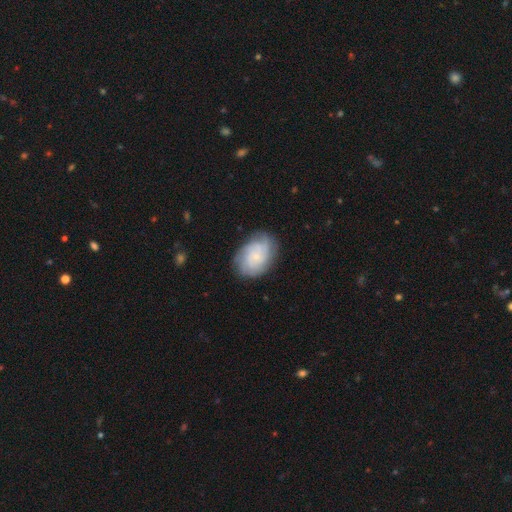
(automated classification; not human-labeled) This appears to be a featured or disk galaxy (61%) with no bar (80%), tight (61%) spiral arms (89%) and a small central bulge (79%). Merging: none (75%).